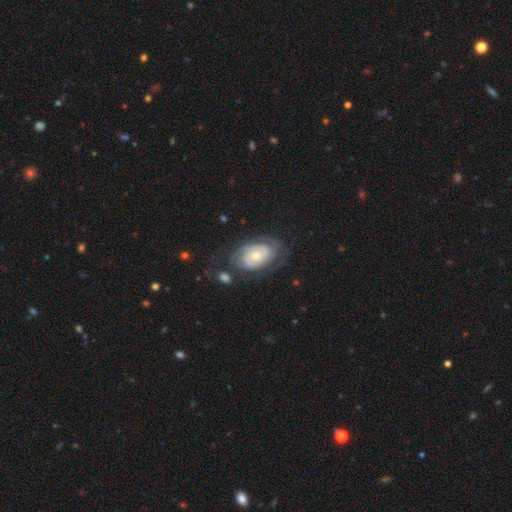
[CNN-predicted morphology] Smooth or featured? Predicted: featured or disk (p=0.79). Edge-on disk? Predicted: no (p=0.96). Bar? Predicted: no (p=0.68). Spiral arms? Predicted: yes (p=0.93). Spiral winding? Predicted: tight (p=0.68). Spiral arm count? Predicted: 2 (p=0.48). Bulge size? Predicted: small (p=0.51). Merging? Predicted: none (p=0.62).